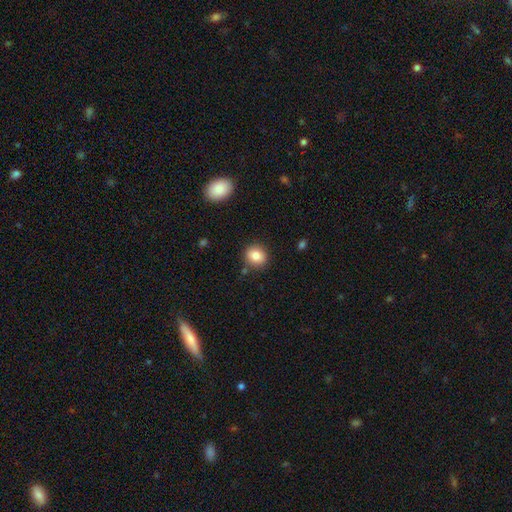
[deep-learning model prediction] Smooth or featured?
  - smooth: 84% *
  - star or artifact: 9%
  - featured or disk: 7%
How rounded?
  - round: 78% *
  - in between: 21%
  - cigar-shaped: 1%
Merging?
  - none: 85% *
  - minor disturbance: 9%
  - merger: 3%
  - major disturbance: 3%